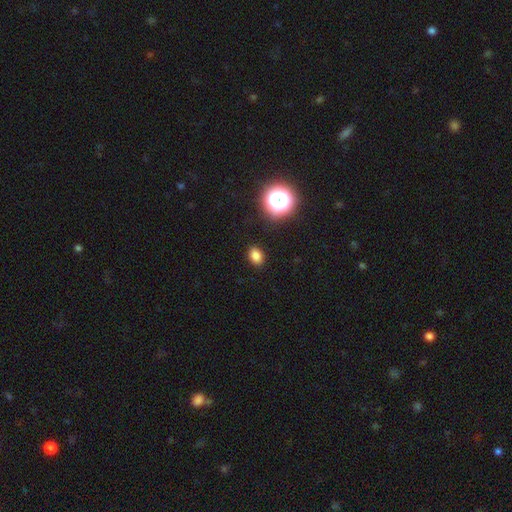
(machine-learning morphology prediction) smooth_or_featured: smooth (p=0.79) [alt: star or artifact p=0.15]
how_rounded: in between (p=0.66) [alt: round p=0.33]
merging: none (p=0.88) [alt: minor disturbance p=0.08]